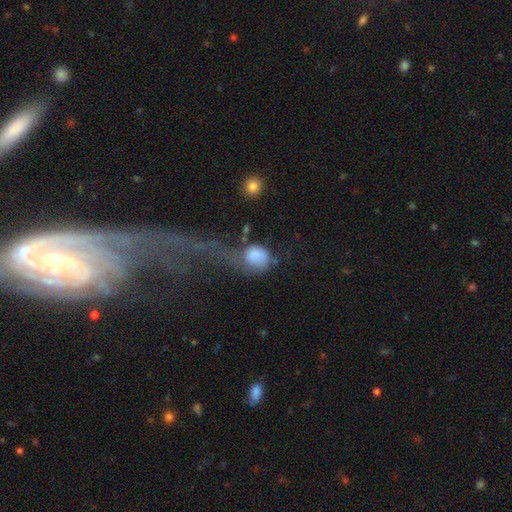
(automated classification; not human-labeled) Smooth or featured? smooth (75%)
How rounded? round (60%)
Merging? major disturbance (46%)